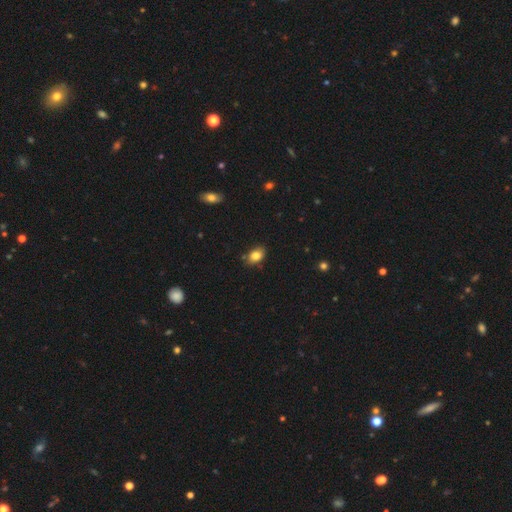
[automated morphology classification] smooth-or-featured: smooth: 83% | star or artifact: 9% | featured or disk: 7%
  how-rounded: in between: 79% | round: 20% | cigar-shaped: 1%
  merging: none: 78% | minor disturbance: 17% | major disturbance: 3% | merger: 3%